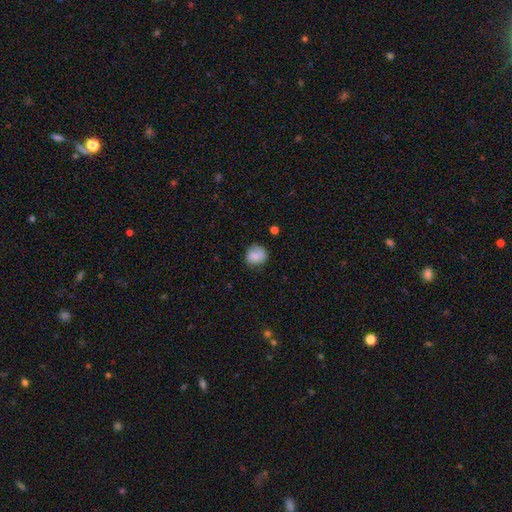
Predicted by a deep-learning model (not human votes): Smooth or featured? smooth (81%)
How rounded? round (79%)
Merging? none (70%)